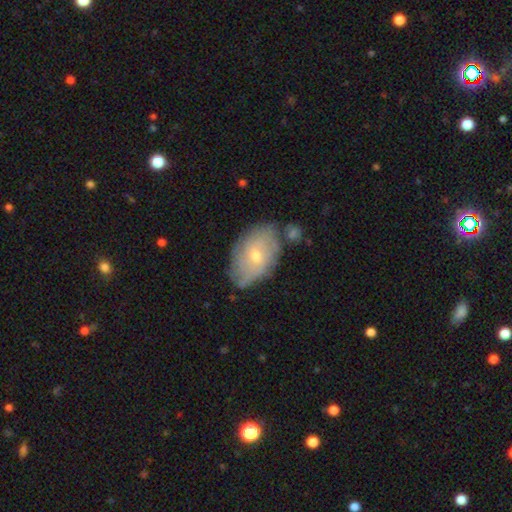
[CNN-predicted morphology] A featured or disk galaxy (51%). Merging: none (68%).